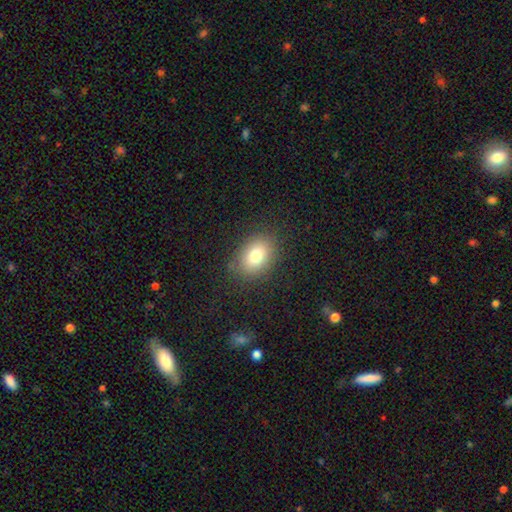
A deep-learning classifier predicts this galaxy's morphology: type=smooth (78%); roundness=in between (74%); merging=none (83%).